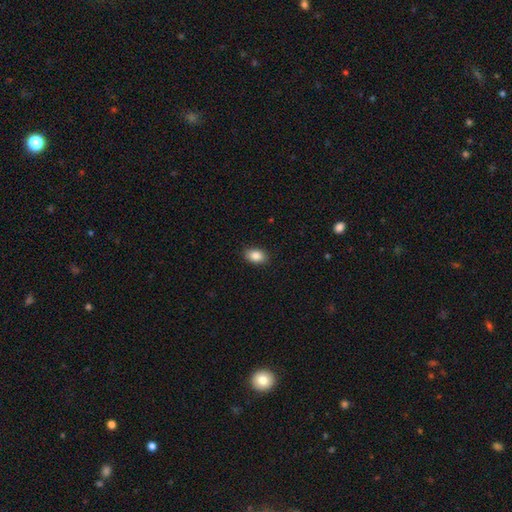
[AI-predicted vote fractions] Morphology: type=smooth (87%); roundness=in between (84%); merging=none (89%).